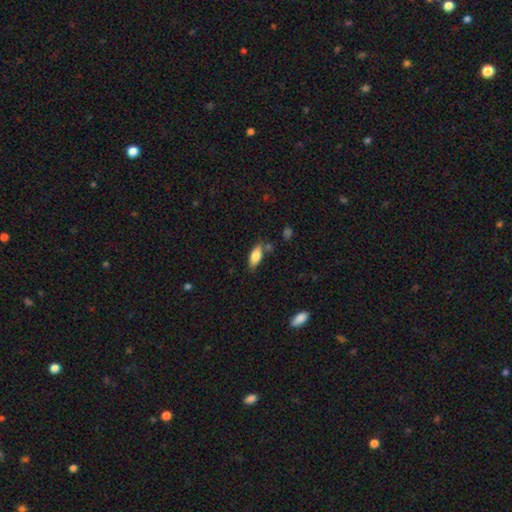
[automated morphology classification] Overall: smooth (79%). How rounded: in between (81%). Merging: none (70%).